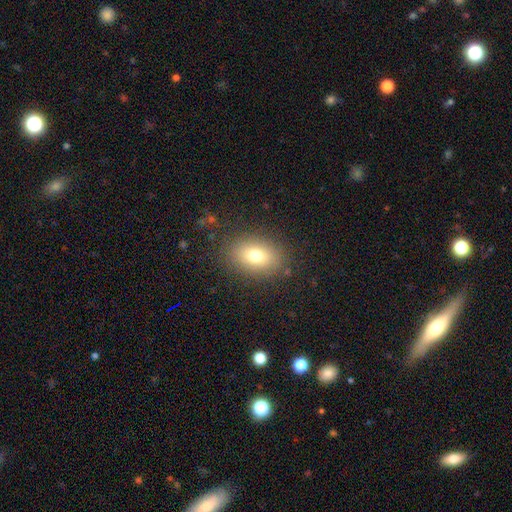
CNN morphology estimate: Overall: smooth (73%). How rounded: in between (81%). Merging: none (86%).